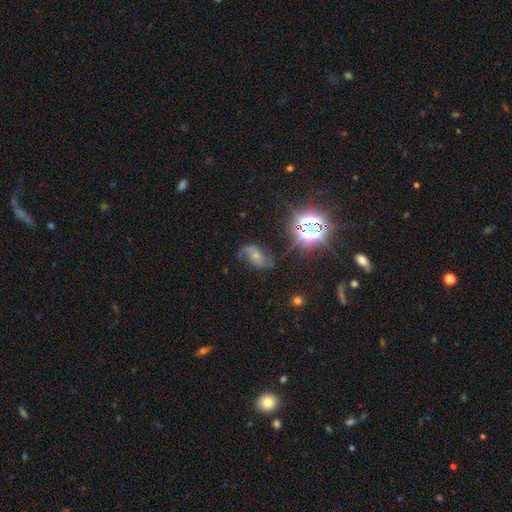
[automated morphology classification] type=featured or disk (64%); edge-on=no (95%); bar=no (64%); spiral arms=yes (89%); winding=loose (68%); arm count=2 (81%); bulge=small (50%); merging=none (57%).